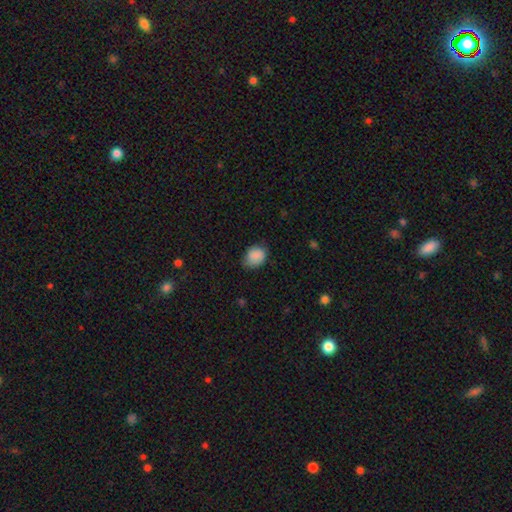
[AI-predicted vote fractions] Morphology: type=smooth (87%); roundness=in between (55%); merging=none (59%).